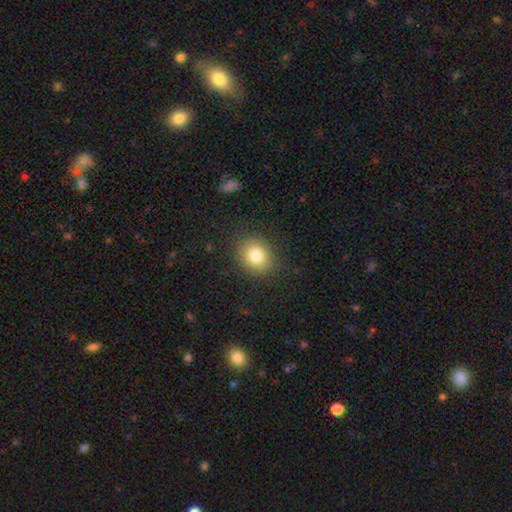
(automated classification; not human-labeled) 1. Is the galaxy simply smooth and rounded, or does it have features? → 81% smooth, 10% star or artifact, 9% featured or disk.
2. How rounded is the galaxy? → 66% round, 33% in between, 1% cigar-shaped.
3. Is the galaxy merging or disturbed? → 86% none, 9% minor disturbance, 3% major disturbance, 1% merger.